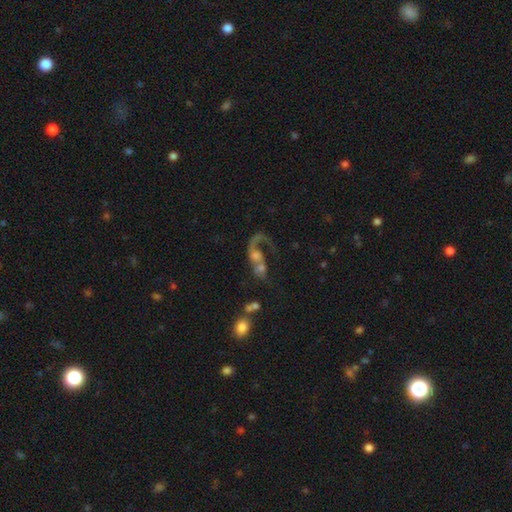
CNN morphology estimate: smooth-or-featured: featured or disk: 62% | smooth: 26% | star or artifact: 12%
  disk-edge-on: no: 96% | yes: 4%
    bar: no: 76% | weak: 19% | strong: 6%
    has-spiral-arms: yes: 69% | no: 31%
    bulge-size: moderate: 39% | small: 22% | large: 19% | none: 16% | dominant: 4%
  merging: merger: 49% | major disturbance: 27% | none: 17% | minor disturbance: 7%